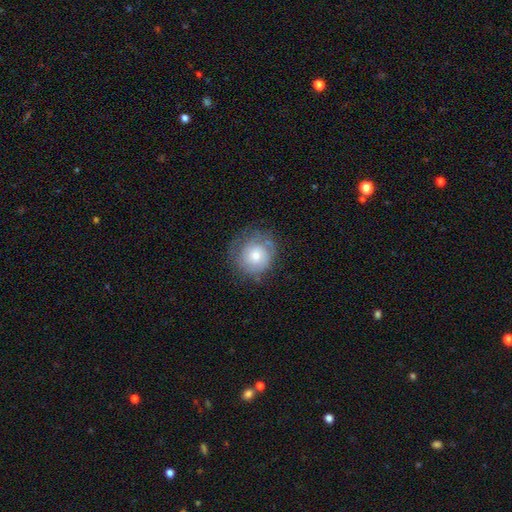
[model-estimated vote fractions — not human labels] smooth_or_featured: smooth (p=0.47) [alt: featured or disk p=0.44]
merging: none (p=0.67) [alt: minor disturbance p=0.21]